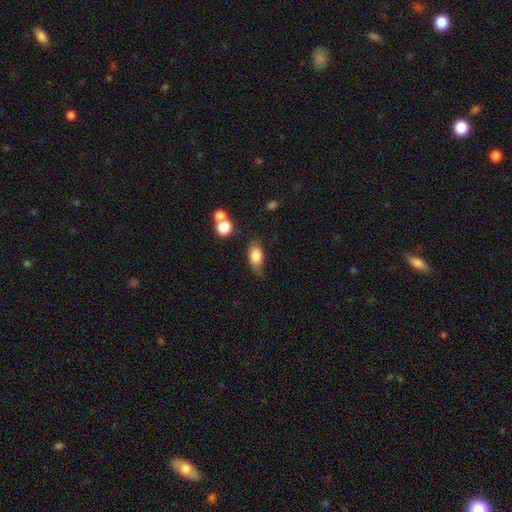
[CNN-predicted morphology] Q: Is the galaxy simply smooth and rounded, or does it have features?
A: smooth — 80%.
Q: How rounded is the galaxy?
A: in between — 84%.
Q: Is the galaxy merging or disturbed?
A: none — 65%.